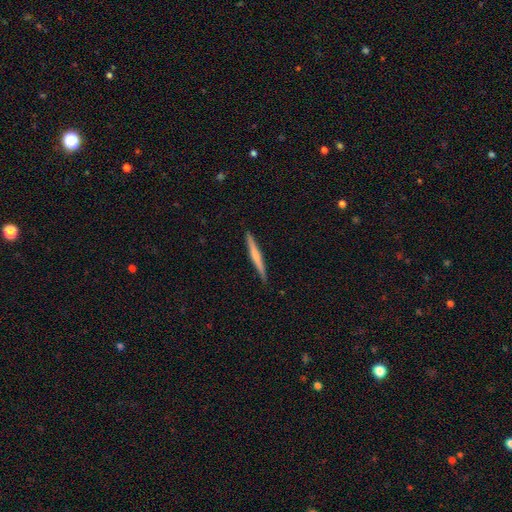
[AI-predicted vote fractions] Q: Smooth or featured?
A: featured or disk (50%); runner-up: smooth (45%)
Q: Merging?
A: none (90%); runner-up: minor disturbance (7%)